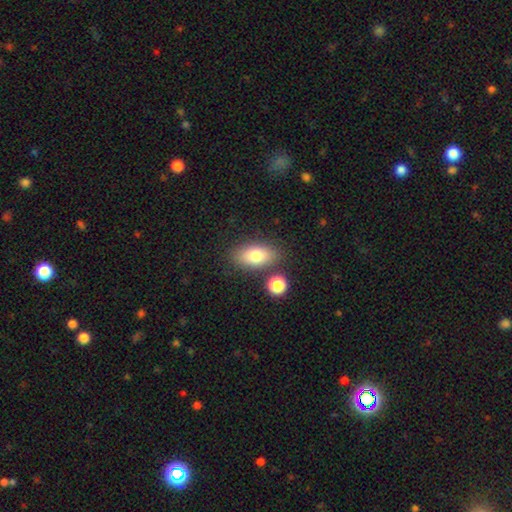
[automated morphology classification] Smooth or featured? smooth (78%)
How rounded? in between (88%)
Merging? none (79%)